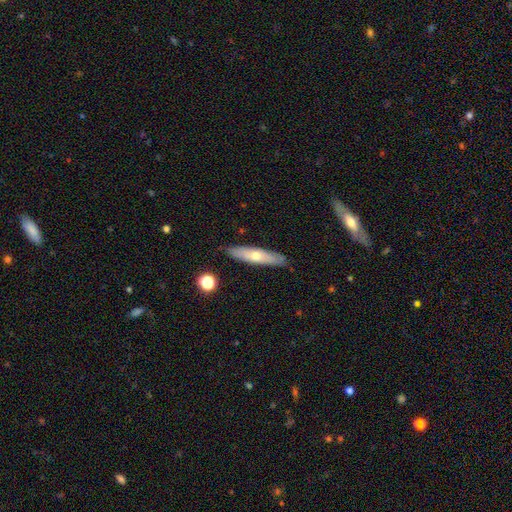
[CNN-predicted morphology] Smooth or featured? Predicted: smooth (p=0.49). Merging? Predicted: none (p=0.87).